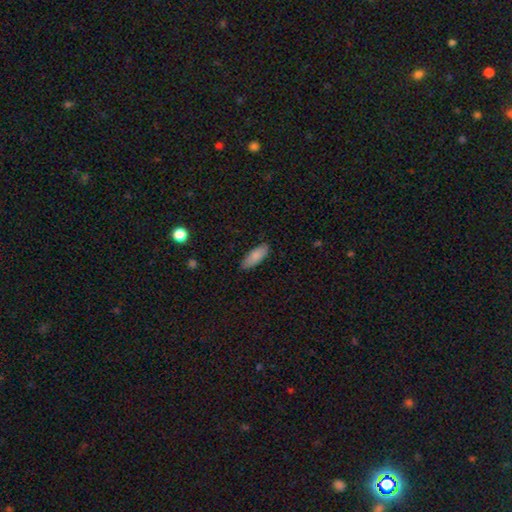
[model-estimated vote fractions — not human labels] The model was most divided on "how rounded": in between: 73%, cigar-shaped: 25%, round: 2%. More confident: smooth or featured — smooth (83%); merging — none (83%).